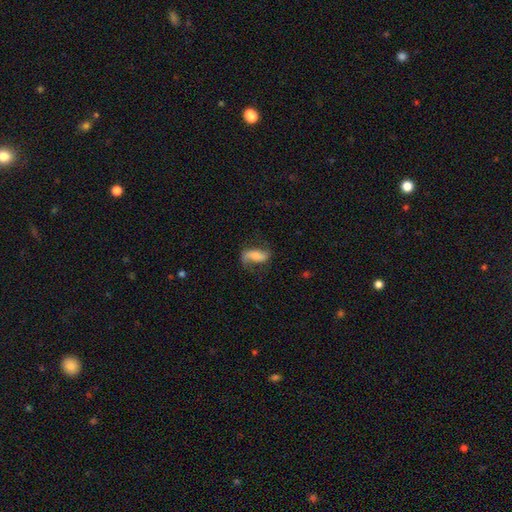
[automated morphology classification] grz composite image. It shows a featured or disk galaxy (65%) with no bar (38%), 2 (85%) loose (67%) spiral arms (91%) and a small central bulge (41%). Merging: none (68%).